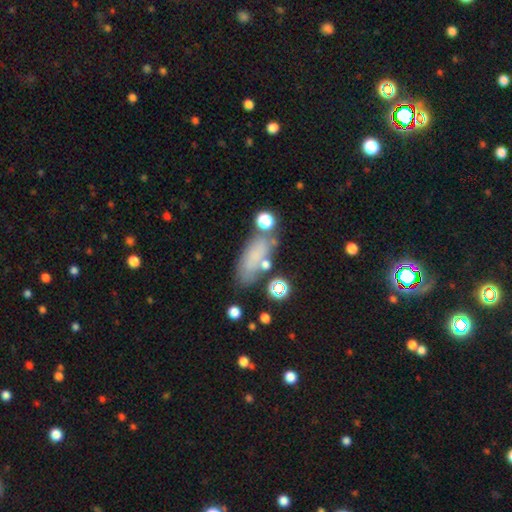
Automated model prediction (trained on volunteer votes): This appears to be a smooth galaxy with no disk features (69%) that is in between round and cigar-shaped (68%). Merging: none (62%).